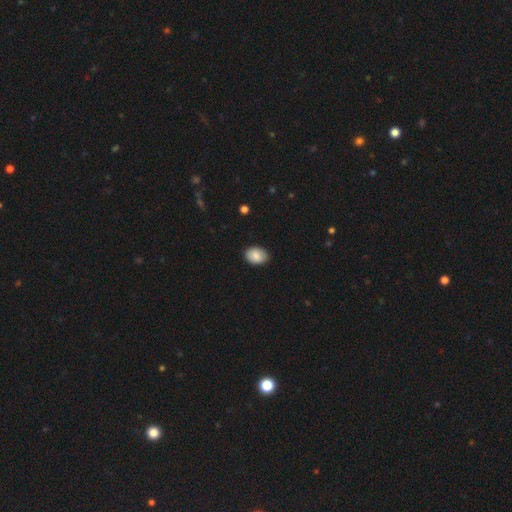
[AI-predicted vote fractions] This is clearly a smooth galaxy (86%). How rounded: likely in between (77%). Merging: clearly none (87%).